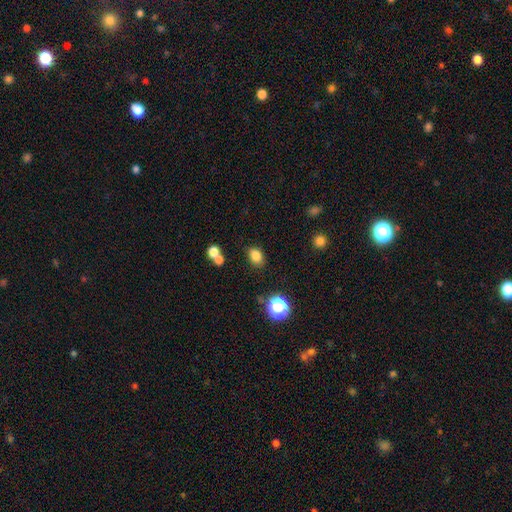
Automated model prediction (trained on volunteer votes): A smooth galaxy with no disk features (81%) that is in between round and cigar-shaped (62%).

Vote fractions:
- Smooth or featured? smooth: 81% / star or artifact: 13% / featured or disk: 6%
- How rounded? in between: 62% / round: 36% / cigar-shaped: 1%
- Merging? none: 80% / minor disturbance: 11% / merger: 5% / major disturbance: 3%